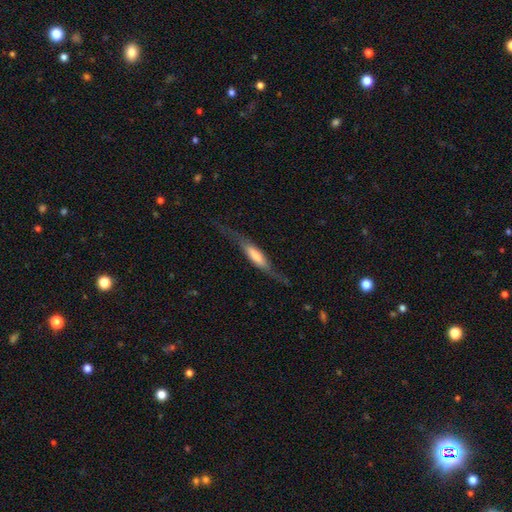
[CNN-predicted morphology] A featured or disk galaxy (59%) viewed edge-on (72%).

Vote fractions:
- Smooth or featured? featured or disk: 59% / smooth: 36% / star or artifact: 6%
- Edge-on disk? yes: 72% / no: 28%
- Merging? none: 63% / minor disturbance: 21% / major disturbance: 14% / merger: 2%